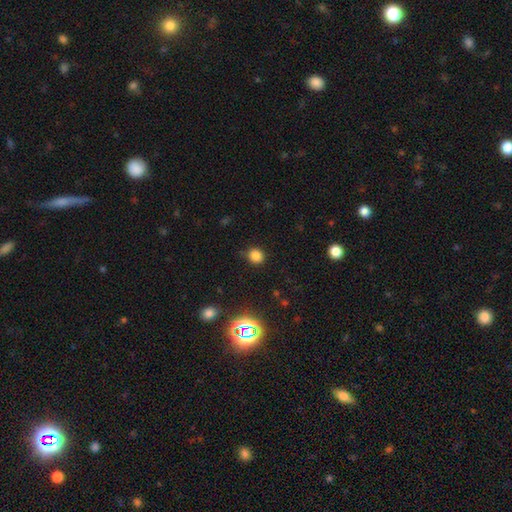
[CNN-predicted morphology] Smooth or featured?
  - smooth: 80% *
  - star or artifact: 15%
  - featured or disk: 4%
How rounded?
  - round: 81% *
  - in between: 18%
  - cigar-shaped: 1%
Merging?
  - none: 85% *
  - minor disturbance: 11%
  - major disturbance: 3%
  - merger: 2%